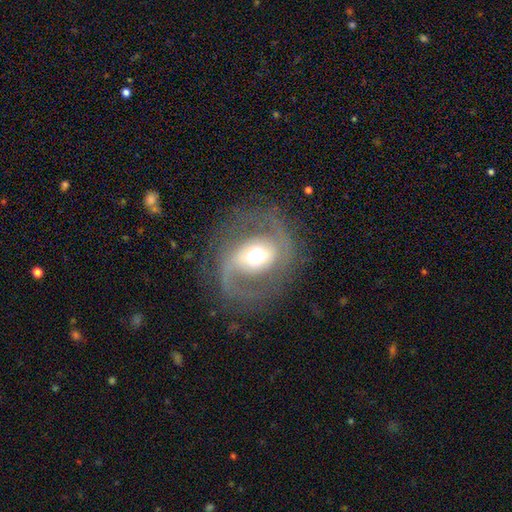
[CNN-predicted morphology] The model was most divided on "bulge size": moderate: 50%, large: 33%, dominant: 9%, small: 6%, none: 1%. Remaining: edge-on disk — no (96%); spiral arm count — 2 (83%); spiral arms — yes (80%); smooth or featured — featured or disk (76%); merging — none (73%); bar — no (49%); spiral winding — medium (48%).